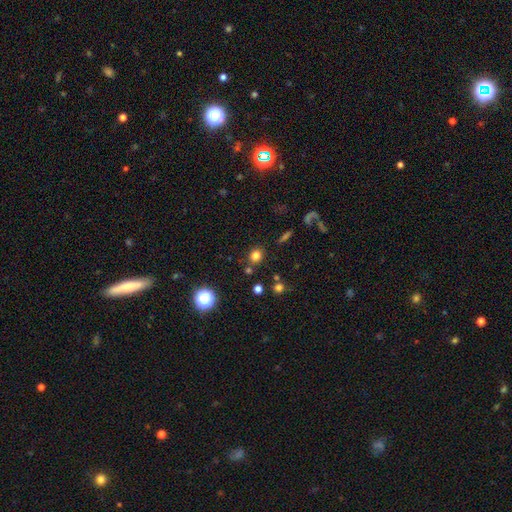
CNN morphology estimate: A smooth galaxy with no disk features (77%) that is round (80%).

Vote fractions:
- Smooth or featured? smooth: 77% / star or artifact: 16% / featured or disk: 6%
- How rounded? round: 80% / in between: 19% / cigar-shaped: 1%
- Merging? none: 82% / minor disturbance: 8% / merger: 6% / major disturbance: 3%